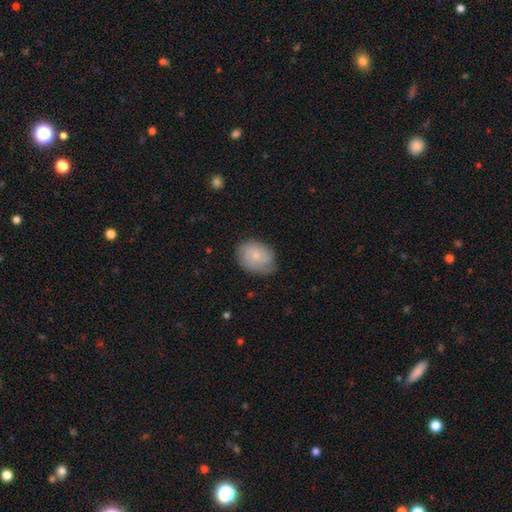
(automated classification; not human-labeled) This appears to be a smooth galaxy with no disk features (64%) that is in between round and cigar-shaped (65%). Merging: none (70%).